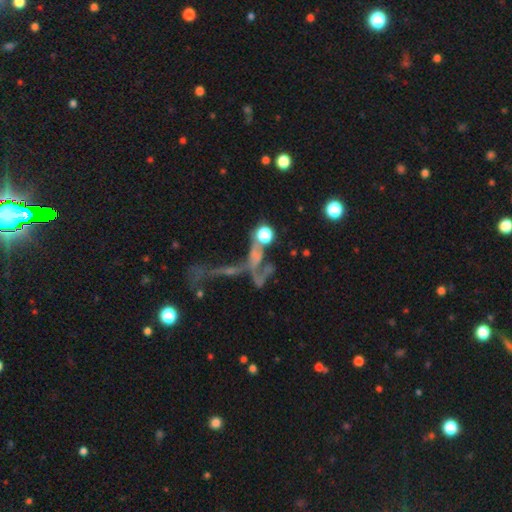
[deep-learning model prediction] The model was most divided on "smooth or featured": featured or disk: 36%, smooth: 32%, star or artifact: 31%. Remaining: merging — merger (36%).